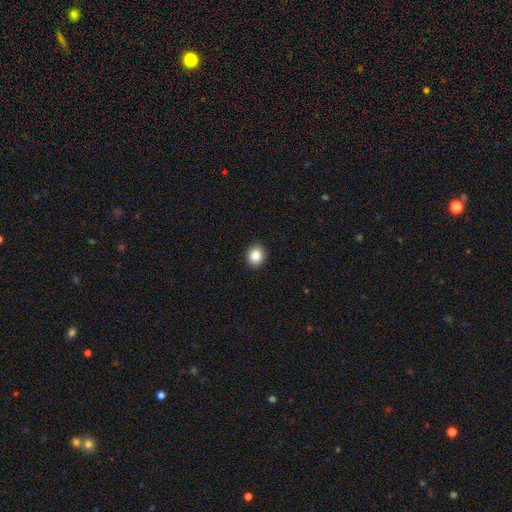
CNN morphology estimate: This is clearly a smooth galaxy (85%). How rounded: likely round (77%). Merging: clearly none (92%).